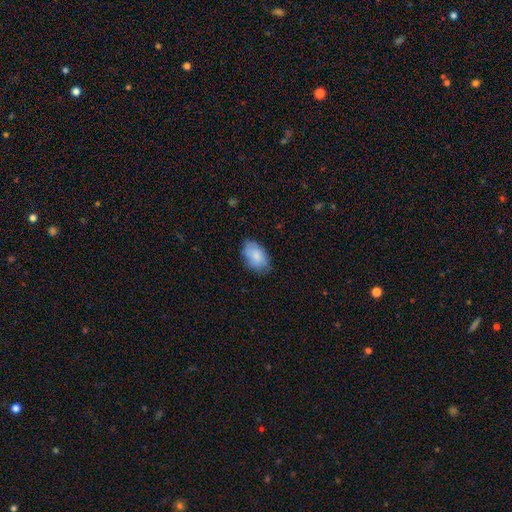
A smooth galaxy with no disk features (82%) that is in between round and cigar-shaped (94%).

Vote fractions:
- Smooth or featured? smooth: 82% / featured or disk: 16% / star or artifact: 3%
- How rounded? in between: 94% / round: 6% / cigar-shaped: 0%
- Merging? none: 78% / minor disturbance: 19% / major disturbance: 3% / merger: 0%